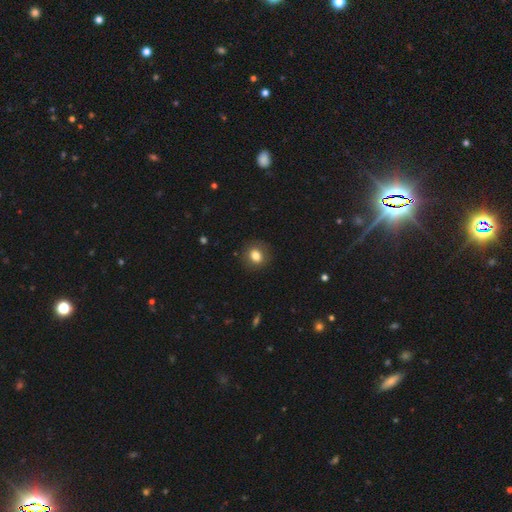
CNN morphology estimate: smooth 81%, star or artifact 10%, featured or disk 9%. Down the decision tree: how rounded — round (67%); merging — none (86%).